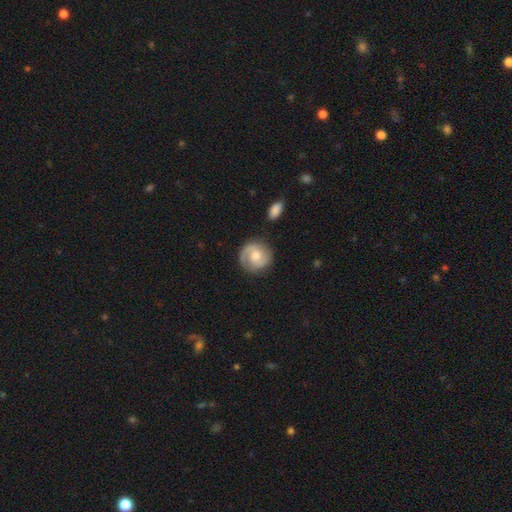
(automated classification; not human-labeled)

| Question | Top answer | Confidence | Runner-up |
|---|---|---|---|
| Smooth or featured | featured or disk | 67% | smooth (27%) |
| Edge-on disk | no | 98% | yes (2%) |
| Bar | no | 56% | weak (38%) |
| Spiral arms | yes | 92% | no (8%) |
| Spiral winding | medium | 44% | tight (39%) |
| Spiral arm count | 2 | 77% | 1 (13%) |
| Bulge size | moderate | 62% | small (23%) |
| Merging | none | 79% | minor disturbance (13%) |